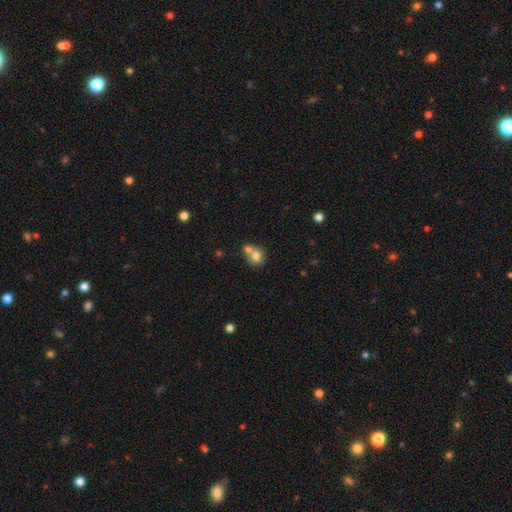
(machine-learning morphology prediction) smooth_or_featured: smooth (p=0.73) [alt: featured or disk p=0.17]
how_rounded: round (p=0.61) [alt: in between p=0.38]
merging: merger (p=0.56) [alt: none p=0.32]